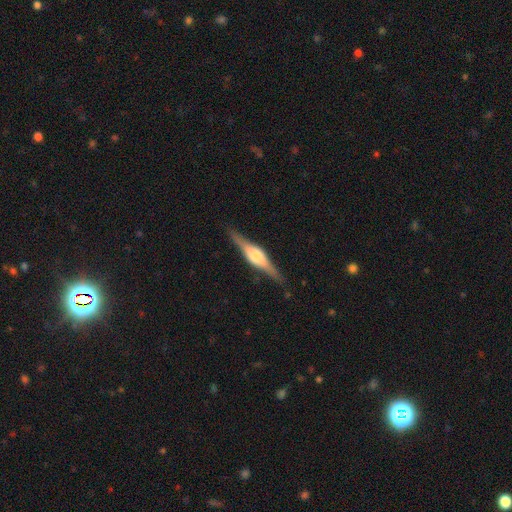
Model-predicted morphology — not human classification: A featured or disk galaxy (78%) viewed edge-on (98%) with a rounded central bulge (82%). Merging: none (88%).